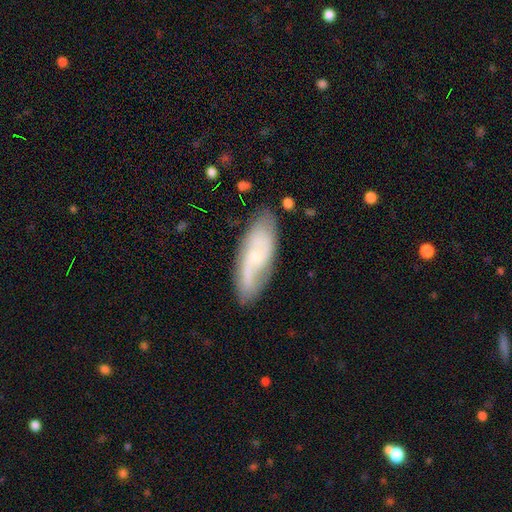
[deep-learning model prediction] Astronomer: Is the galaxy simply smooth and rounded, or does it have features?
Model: featured or disk — 59% (runner-up: smooth, 34%).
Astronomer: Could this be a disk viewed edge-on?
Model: no — 87%.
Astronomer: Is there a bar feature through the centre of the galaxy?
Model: no — 61%.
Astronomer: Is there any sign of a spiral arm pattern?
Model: yes — 86%.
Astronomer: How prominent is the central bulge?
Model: small — 66%.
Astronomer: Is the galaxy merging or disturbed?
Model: none — 76%.